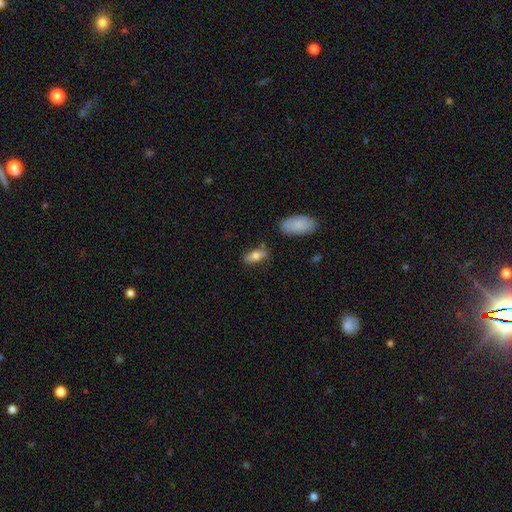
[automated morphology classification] This is likely a smooth galaxy (71%). How rounded: likely in between (75%). Merging: likely none (76%).